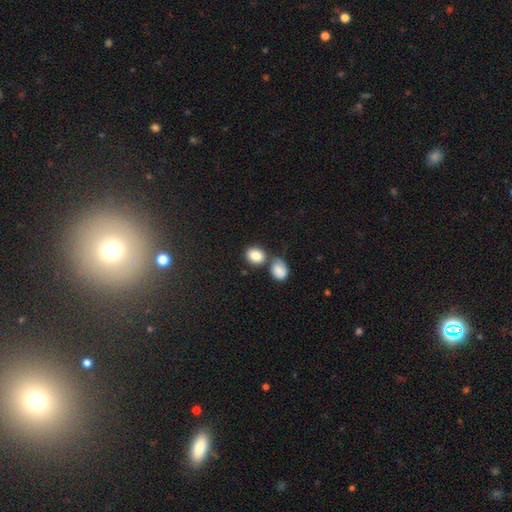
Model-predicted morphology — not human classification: smooth-or-featured: smooth: 86% | star or artifact: 8% | featured or disk: 6%
  how-rounded: in between: 57% | round: 42% | cigar-shaped: 1%
  merging: none: 55% | merger: 29% | minor disturbance: 12% | major disturbance: 4%